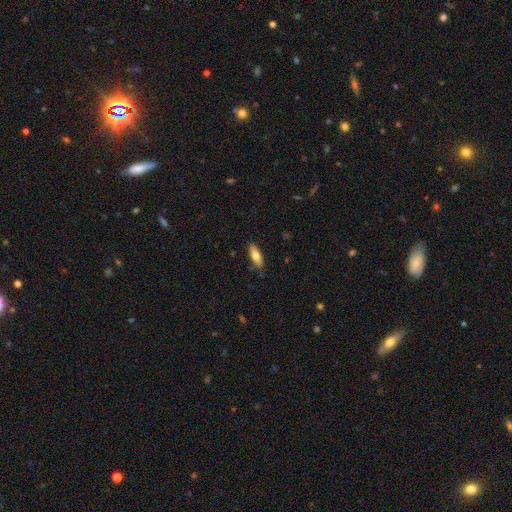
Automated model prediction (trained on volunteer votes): Smooth or featured? Predicted: smooth (p=0.72). How rounded? Predicted: in between (p=0.65). Merging? Predicted: none (p=0.83).